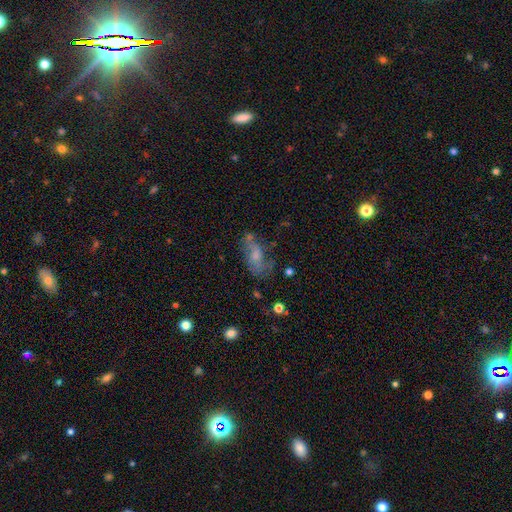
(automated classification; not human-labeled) A smooth galaxy with no disk features (46%). Merging: none (43%).